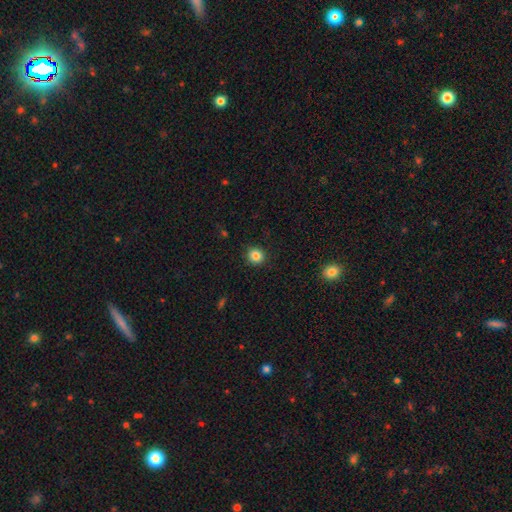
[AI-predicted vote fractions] Smooth or featured: smooth — 85% (star or artifact — 11%)
How rounded: round — 89% (in between — 10%)
Merging: none — 90% (minor disturbance — 7%)